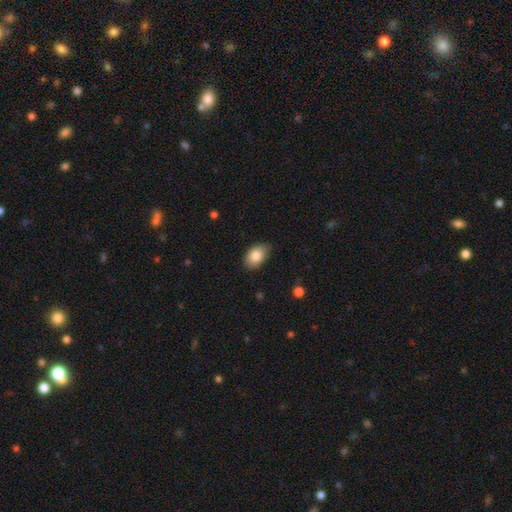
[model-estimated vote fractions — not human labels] This appears to be a smooth galaxy with no disk features (84%) that is in between round and cigar-shaped (88%). Merging: none (78%).